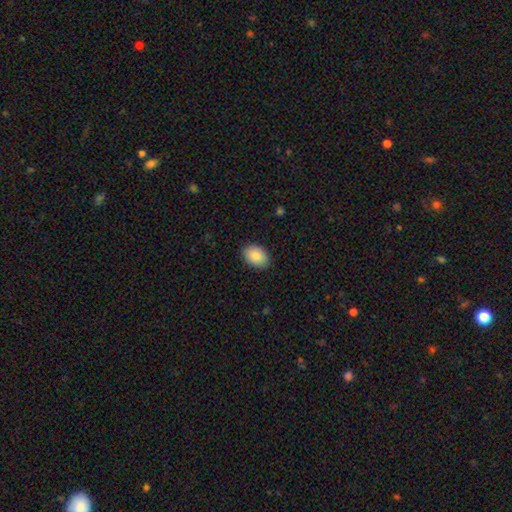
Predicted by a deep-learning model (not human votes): A smooth galaxy with no disk features (87%) that is in between round and cigar-shaped (83%).

Vote fractions:
- Smooth or featured? smooth: 87% / star or artifact: 7% / featured or disk: 6%
- How rounded? in between: 83% / round: 16% / cigar-shaped: 1%
- Merging? none: 88% / minor disturbance: 9% / major disturbance: 2% / merger: 1%